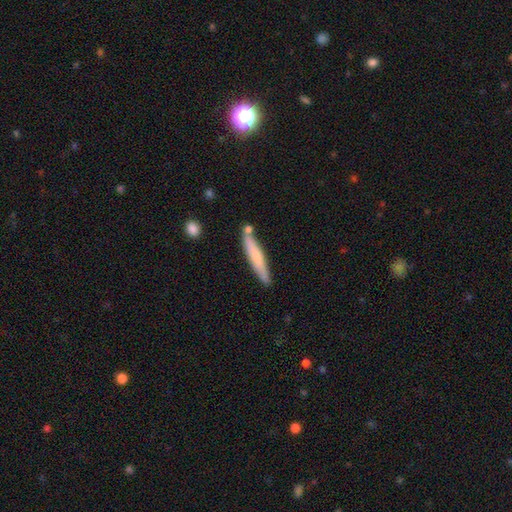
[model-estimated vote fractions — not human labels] smooth_or_featured: smooth (p=0.64) [alt: featured or disk p=0.30]
how_rounded: cigar-shaped (p=0.93) [alt: in between p=0.06]
merging: none (p=0.77) [alt: minor disturbance p=0.13]